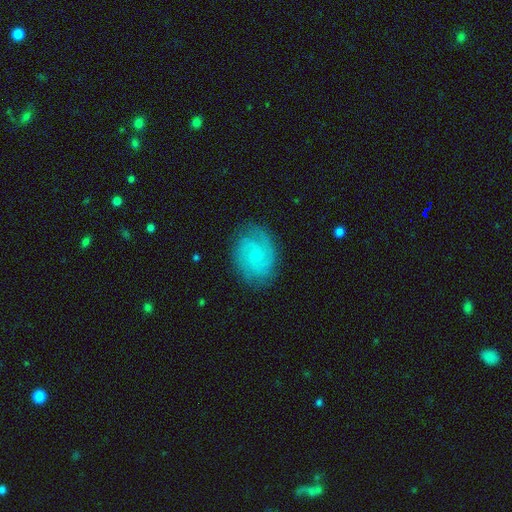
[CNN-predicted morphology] Smooth or featured? featured or disk (73%)
Edge-on disk? no (98%)
Bar? no (72%)
Spiral arms? yes (94%)
Spiral winding? tight (57%)
Spiral arm count? 2 (41%)
Bulge size? small (79%)
Merging? none (81%)